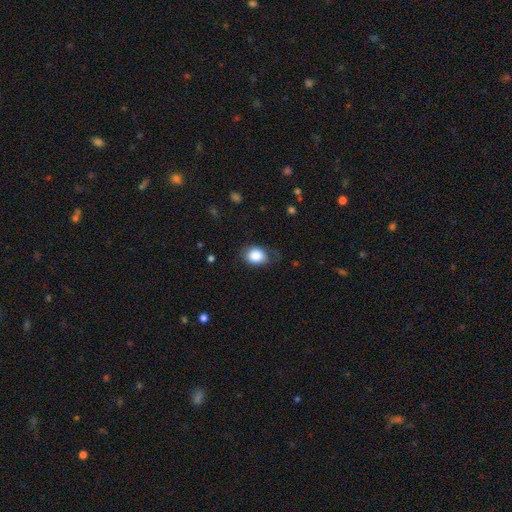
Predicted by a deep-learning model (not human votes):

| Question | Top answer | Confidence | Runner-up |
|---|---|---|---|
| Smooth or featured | smooth | 86% | star or artifact (8%) |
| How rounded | in between | 51% | round (48%) |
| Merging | none | 65% | minor disturbance (25%) |